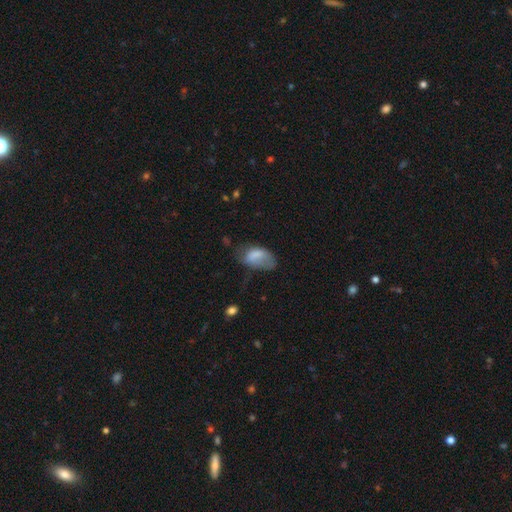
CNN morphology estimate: A smooth galaxy with no disk features (71%) that is in between round and cigar-shaped (92%).

Vote fractions:
- Smooth or featured? smooth: 71% / featured or disk: 20% / star or artifact: 9%
- How rounded? in between: 92% / round: 6% / cigar-shaped: 3%
- Merging? minor disturbance: 34% / major disturbance: 32% / none: 30% / merger: 4%